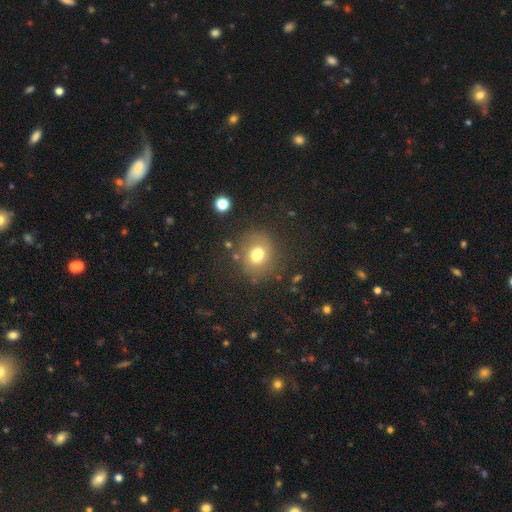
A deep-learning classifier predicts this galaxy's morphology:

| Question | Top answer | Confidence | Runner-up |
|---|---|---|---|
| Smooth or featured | smooth | 71% | featured or disk (15%) |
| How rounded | round | 64% | in between (35%) |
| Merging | none | 70% | minor disturbance (16%) |